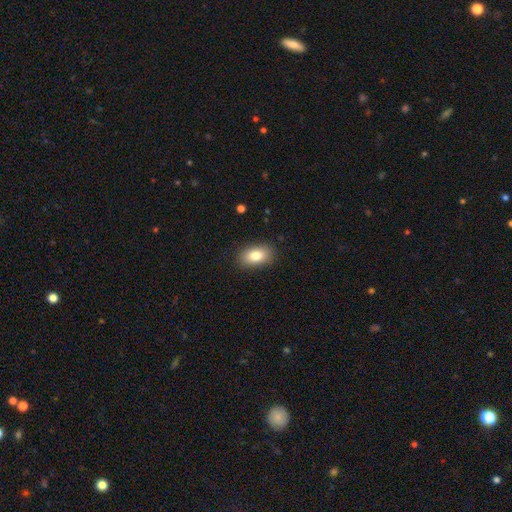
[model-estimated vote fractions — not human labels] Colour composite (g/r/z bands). It shows a smooth galaxy with no disk features (82%) that is in between round and cigar-shaped (89%). Merging: none (87%).